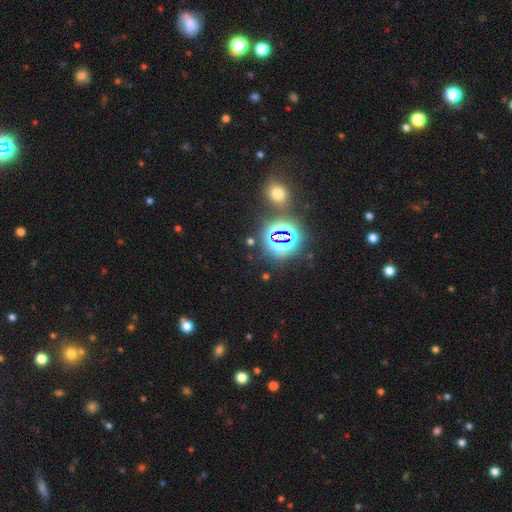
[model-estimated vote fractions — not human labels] Overall: star or artifact (77%).